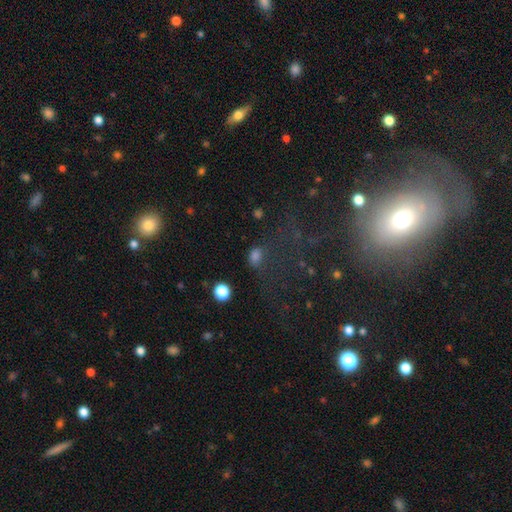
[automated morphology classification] This is likely a smooth galaxy (69%). How rounded: likely in between (62%). Merging: likely none (61%).